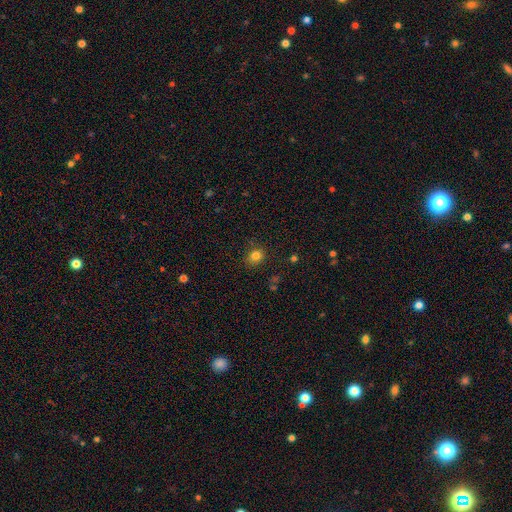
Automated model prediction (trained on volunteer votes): Smooth or featured? smooth (82%)
How rounded? round (73%)
Merging? none (84%)